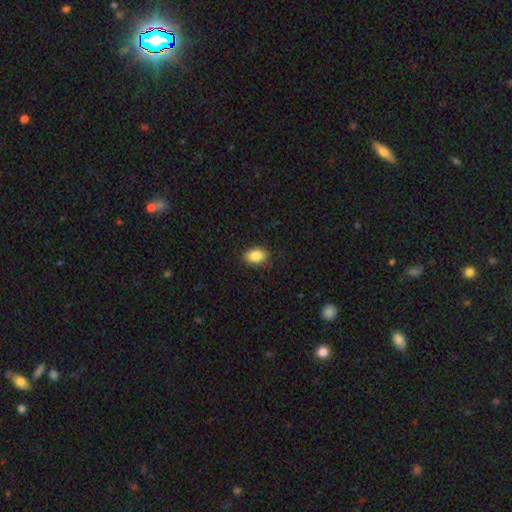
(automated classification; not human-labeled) Q: Smooth or featured?
A: smooth (86%); runner-up: star or artifact (8%)
Q: How rounded?
A: in between (79%); runner-up: round (20%)
Q: Merging?
A: none (86%); runner-up: minor disturbance (10%)